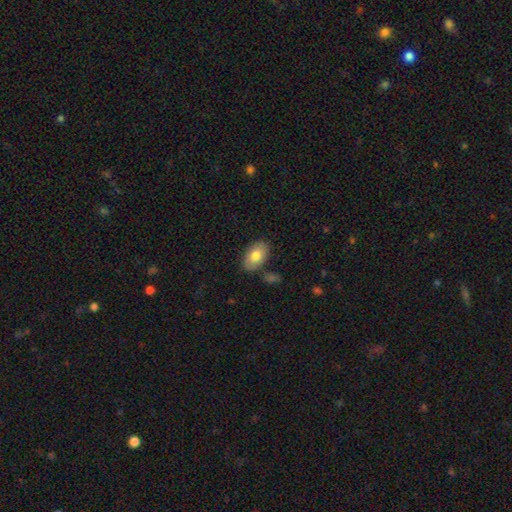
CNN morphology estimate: type=smooth (78%); roundness=in between (93%); merging=none (81%).